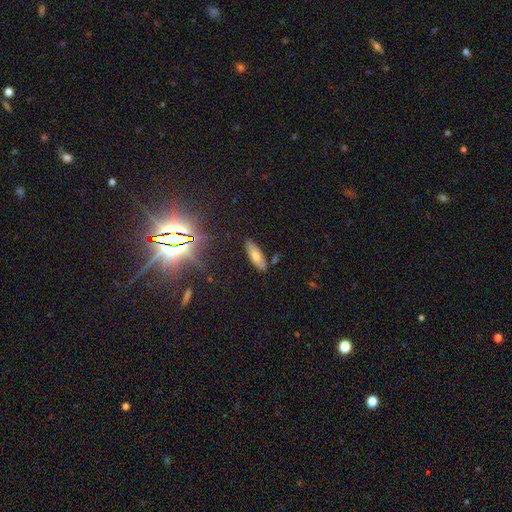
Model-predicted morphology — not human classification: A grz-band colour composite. It shows a smooth galaxy with no disk features (66%) that is in between round and cigar-shaped (64%). Merging: none (84%).